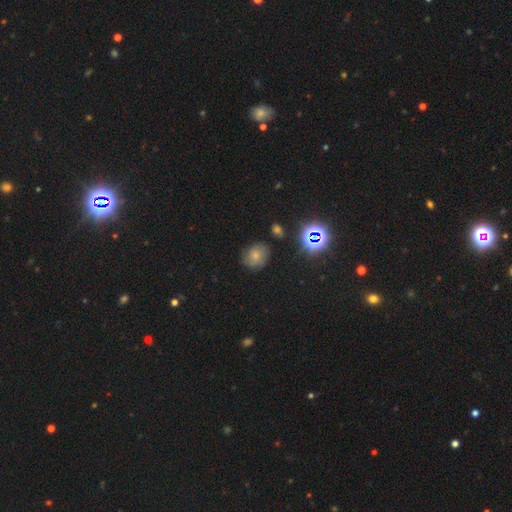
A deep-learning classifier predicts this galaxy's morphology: This is likely a smooth galaxy (63%). How rounded: likely round (64%). Merging: likely none (75%).